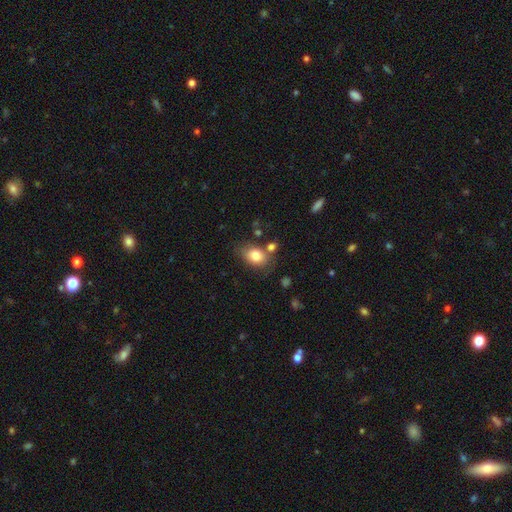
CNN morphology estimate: Smooth or featured? Predicted: smooth (p=0.81). How rounded? Predicted: in between (p=0.77). Merging? Predicted: none (p=0.64).